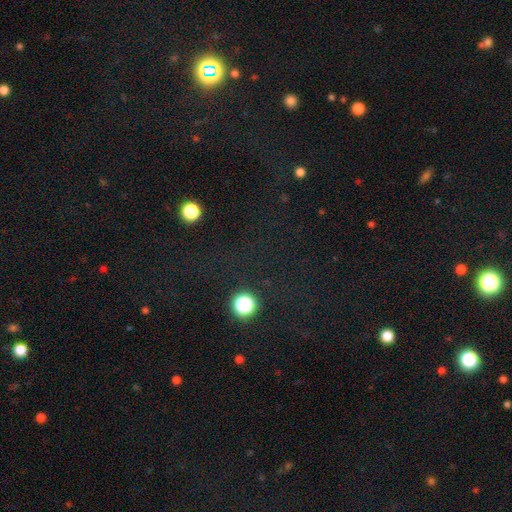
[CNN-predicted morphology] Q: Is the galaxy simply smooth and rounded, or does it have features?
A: star or artifact — 70%.